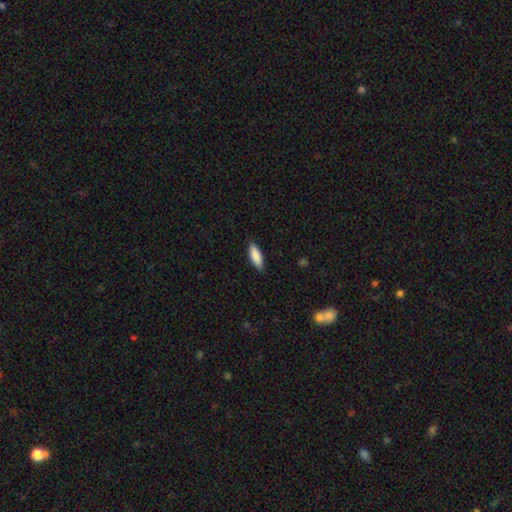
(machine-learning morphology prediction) This is clearly a smooth galaxy (88%). How rounded: likely in between (64%). Merging: clearly none (87%).